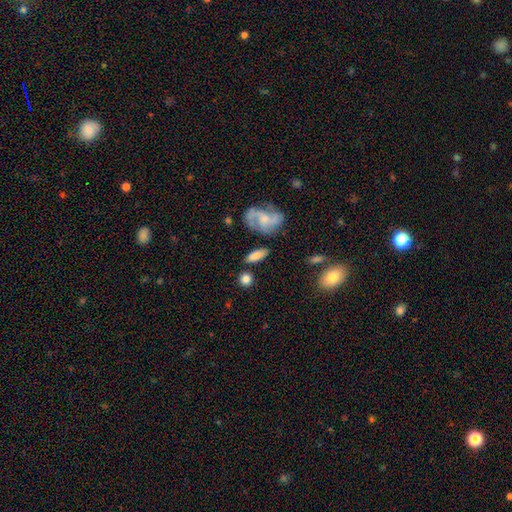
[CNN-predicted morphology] smooth-or-featured: smooth: 71% | featured or disk: 21% | star or artifact: 8%
  how-rounded: in between: 63% | cigar-shaped: 22% | round: 15%
  merging: none: 74% | minor disturbance: 14% | merger: 8% | major disturbance: 5%